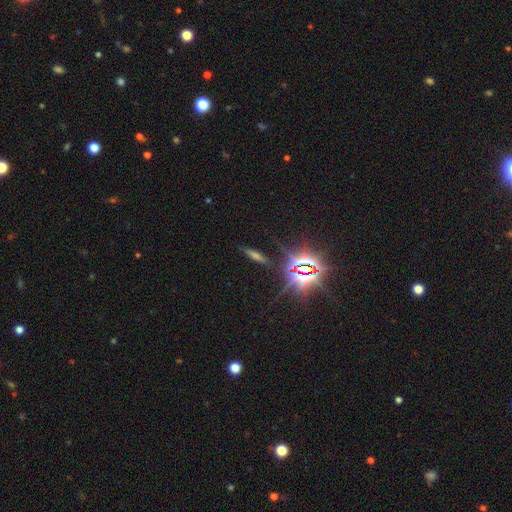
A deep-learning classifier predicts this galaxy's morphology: A star or artifact, not a galaxy (46%).

Vote fractions:
- Smooth or featured? star or artifact: 46% / smooth: 33% / featured or disk: 22%